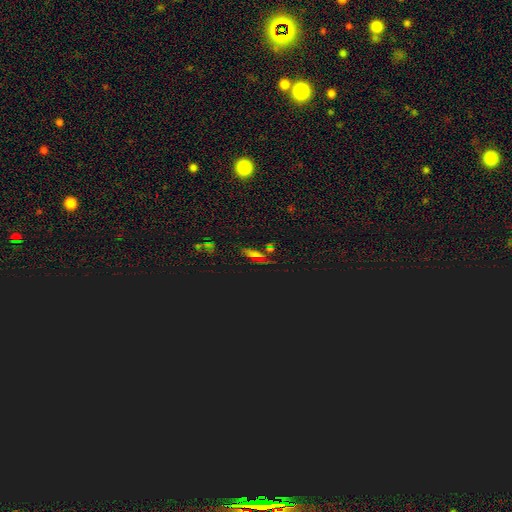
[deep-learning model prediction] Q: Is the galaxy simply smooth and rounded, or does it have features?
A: star or artifact — 59%.